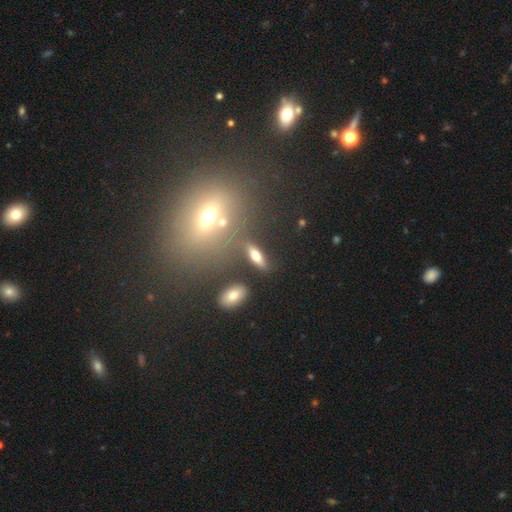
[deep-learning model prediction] A smooth galaxy with no disk features (57%) that is in between round and cigar-shaped (51%).

Vote fractions:
- Smooth or featured? smooth: 57% / featured or disk: 30% / star or artifact: 13%
- How rounded? in between: 51% / cigar-shaped: 42% / round: 7%
- Merging? none: 77% / minor disturbance: 11% / merger: 7% / major disturbance: 5%